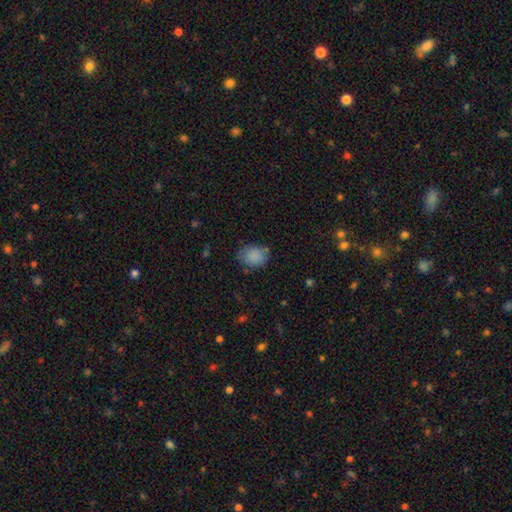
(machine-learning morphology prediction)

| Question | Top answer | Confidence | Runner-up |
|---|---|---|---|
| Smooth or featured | smooth | 85% | star or artifact (9%) |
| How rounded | in between | 58% | round (41%) |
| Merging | none | 71% | minor disturbance (20%) |